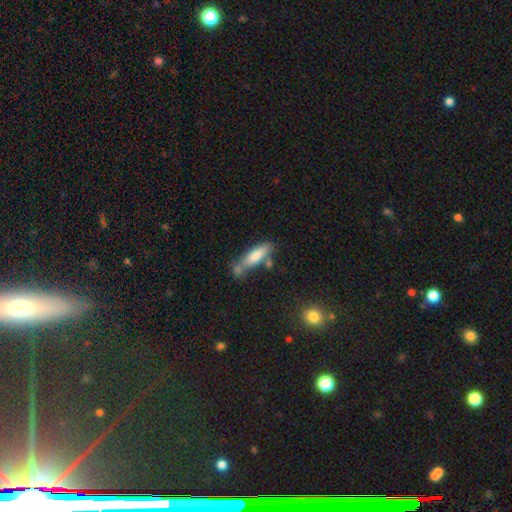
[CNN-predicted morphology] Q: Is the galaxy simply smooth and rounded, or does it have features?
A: smooth — 72%.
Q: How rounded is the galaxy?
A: cigar-shaped — 59%.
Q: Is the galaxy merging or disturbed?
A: none — 56%.